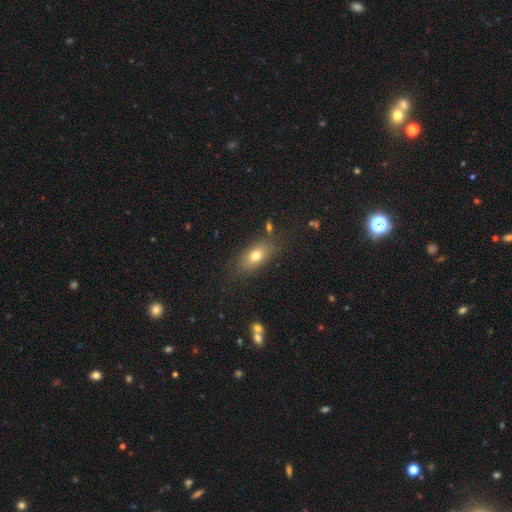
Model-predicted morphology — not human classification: Smooth or featured? smooth (74%)
How rounded? in between (81%)
Merging? none (79%)